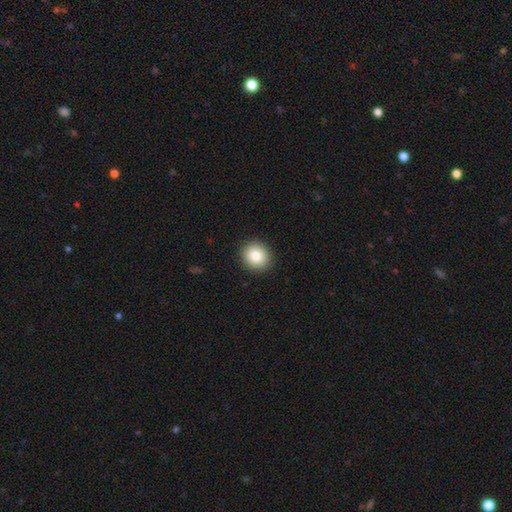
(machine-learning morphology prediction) A smooth galaxy with no disk features (84%) that is round (82%).

Vote fractions:
- Smooth or featured? smooth: 84% / star or artifact: 9% / featured or disk: 8%
- How rounded? round: 82% / in between: 17% / cigar-shaped: 1%
- Merging? none: 91% / minor disturbance: 6% / major disturbance: 2% / merger: 1%